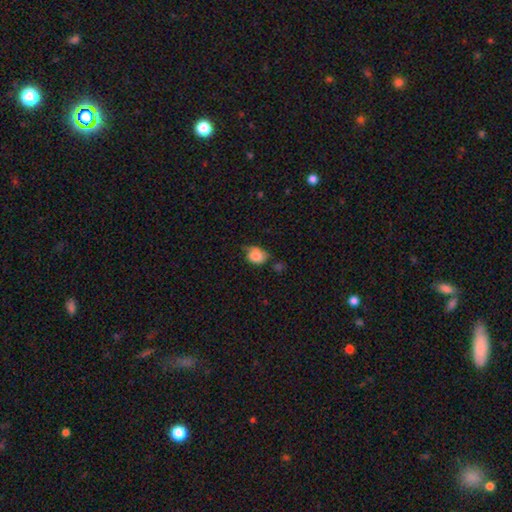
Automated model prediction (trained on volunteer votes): Smooth or featured?
  - smooth: 82% *
  - featured or disk: 9%
  - star or artifact: 9%
How rounded?
  - in between: 51% *
  - round: 48%
  - cigar-shaped: 1%
Merging?
  - none: 44% *
  - minor disturbance: 40%
  - major disturbance: 11%
  - merger: 4%